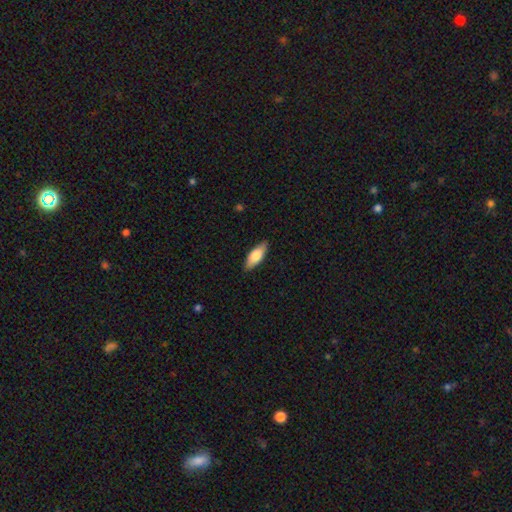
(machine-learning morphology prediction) smooth 75%, featured or disk 19%, star or artifact 6%. Down the decision tree: how rounded — in between (74%); merging — none (88%).